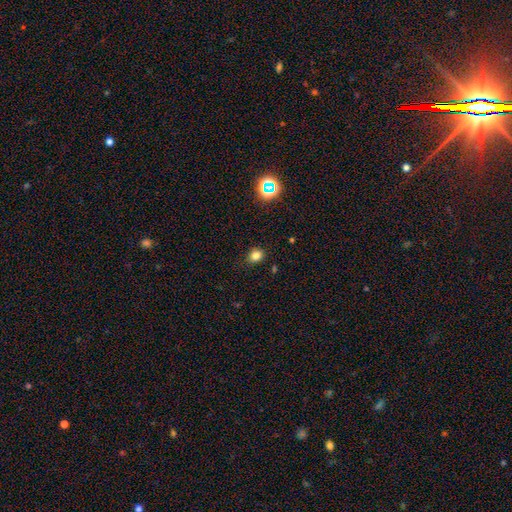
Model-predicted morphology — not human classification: This is likely a smooth galaxy (79%). How rounded: possibly round (54%). Merging: clearly none (85%).